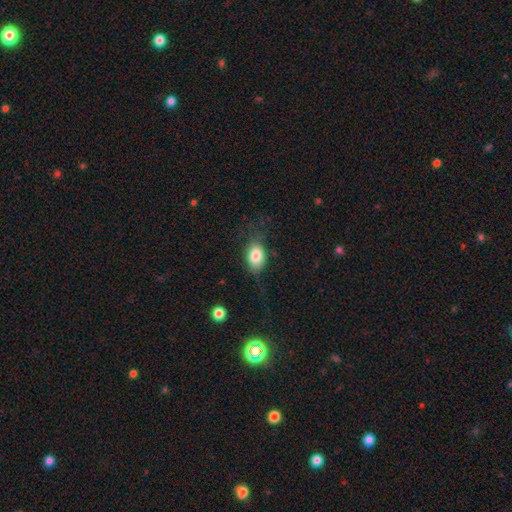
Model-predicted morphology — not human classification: type=smooth (81%); roundness=in between (82%); merging=none (65%).